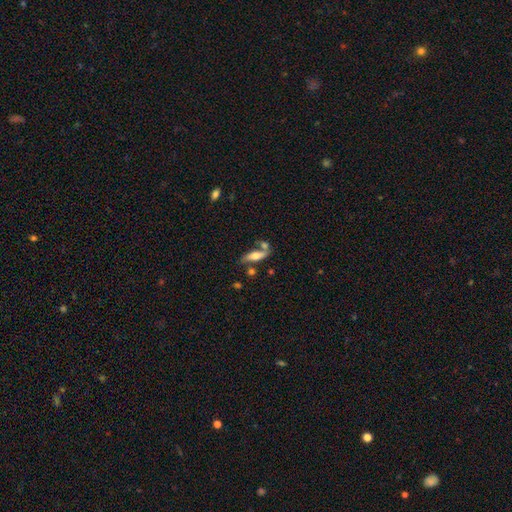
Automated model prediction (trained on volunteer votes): Smooth or featured? Predicted: smooth (p=0.50). Merging? Predicted: none (p=0.52).